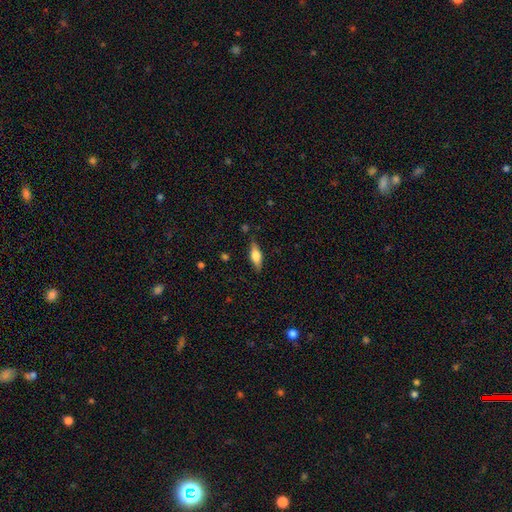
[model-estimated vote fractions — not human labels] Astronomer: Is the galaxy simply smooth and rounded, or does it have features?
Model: smooth — 58% (runner-up: featured or disk, 35%).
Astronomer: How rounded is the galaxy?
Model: in between — 62%.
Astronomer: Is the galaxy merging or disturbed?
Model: none — 81%.